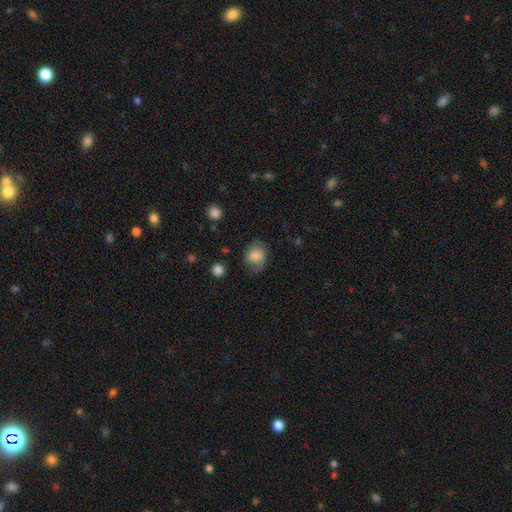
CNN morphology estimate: Smooth or featured?
  - smooth: 81% *
  - featured or disk: 10%
  - star or artifact: 8%
How rounded?
  - round: 54% *
  - in between: 45%
  - cigar-shaped: 1%
Merging?
  - none: 68% *
  - minor disturbance: 22%
  - major disturbance: 9%
  - merger: 2%